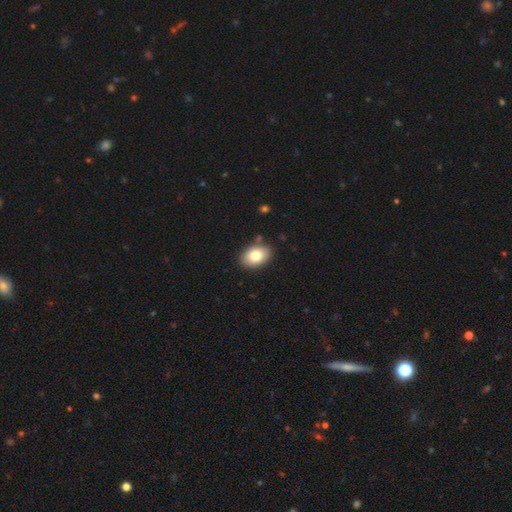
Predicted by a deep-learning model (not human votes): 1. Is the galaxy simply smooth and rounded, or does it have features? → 79% smooth, 13% featured or disk, 8% star or artifact.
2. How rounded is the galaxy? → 84% in between, 15% round, 1% cigar-shaped.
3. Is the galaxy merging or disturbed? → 85% none, 10% minor disturbance, 3% merger, 2% major disturbance.